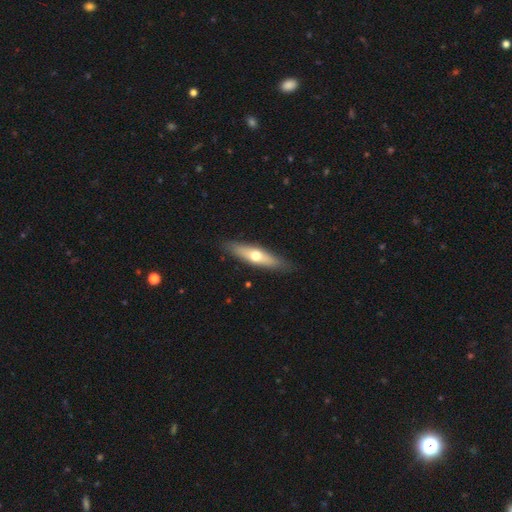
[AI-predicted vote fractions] Smooth or featured? smooth (50%)
How rounded? cigar-shaped (68%)
Merging? none (87%)